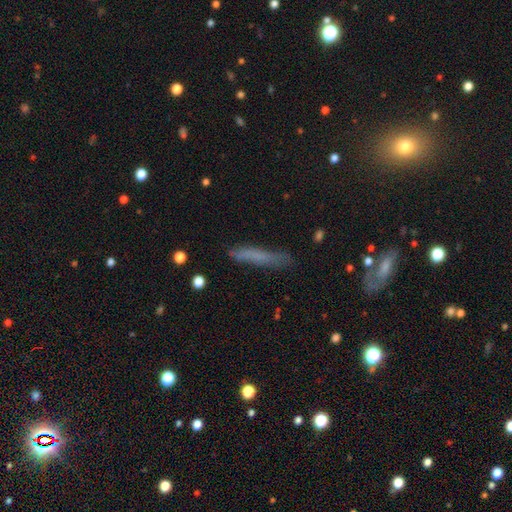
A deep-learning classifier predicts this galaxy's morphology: Smooth or featured? Predicted: smooth (p=0.65). How rounded? Predicted: cigar-shaped (p=0.93). Merging? Predicted: none (p=0.78).